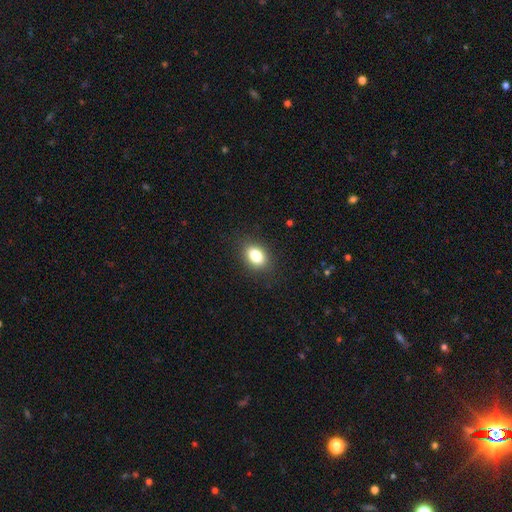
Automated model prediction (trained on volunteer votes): A smooth galaxy with no disk features (83%) that is in between round and cigar-shaped (77%).

Vote fractions:
- Smooth or featured? smooth: 83% / star or artifact: 9% / featured or disk: 7%
- How rounded? in between: 77% / round: 21% / cigar-shaped: 1%
- Merging? none: 86% / minor disturbance: 10% / major disturbance: 3% / merger: 1%